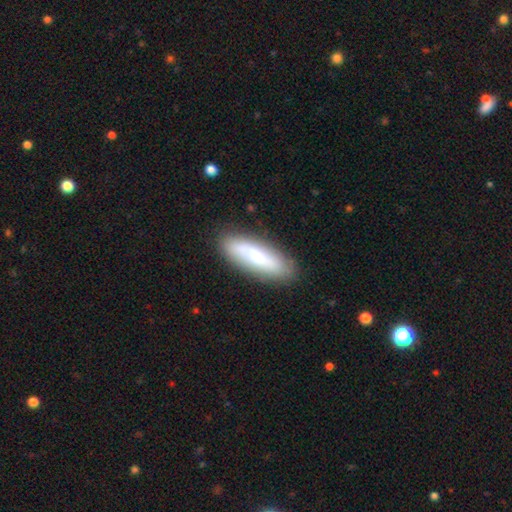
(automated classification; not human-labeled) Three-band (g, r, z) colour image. It shows a smooth galaxy with no disk features (66%) that is cigar-shaped (52%). Merging: none (83%).